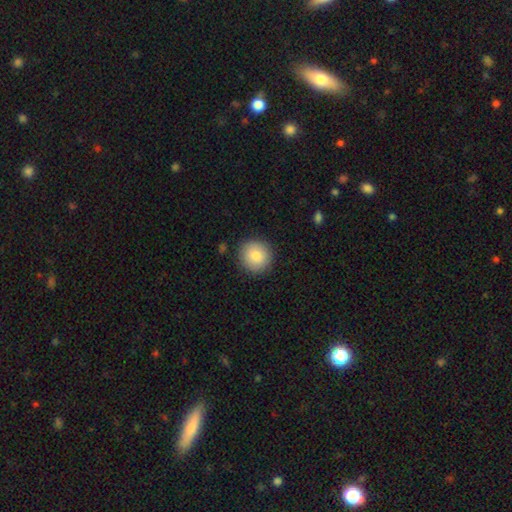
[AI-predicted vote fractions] This is clearly a smooth galaxy (83%). How rounded: clearly round (92%). Merging: clearly none (89%).